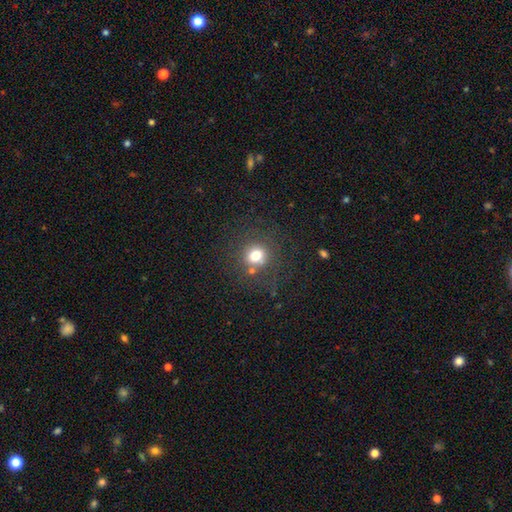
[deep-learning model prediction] Q: Smooth or featured?
A: smooth (73%); runner-up: star or artifact (16%)
Q: How rounded?
A: round (86%); runner-up: in between (13%)
Q: Merging?
A: none (74%); runner-up: minor disturbance (11%)